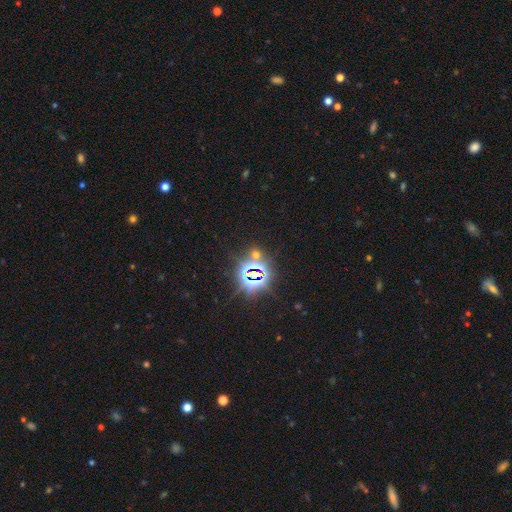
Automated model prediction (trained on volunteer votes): Smooth or featured? Predicted: star or artifact (p=0.71).